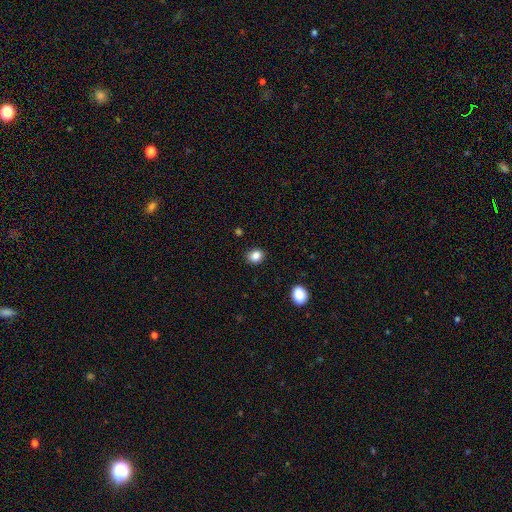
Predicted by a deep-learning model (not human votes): Smooth or featured? Predicted: smooth (p=0.85). How rounded? Predicted: round (p=0.60). Merging? Predicted: none (p=0.87).